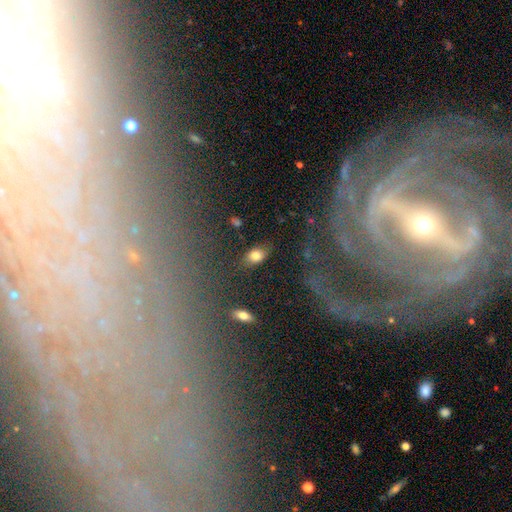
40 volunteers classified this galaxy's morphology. Smooth or featured?
  - smooth: 80% *
  - featured or disk: 15%
  - star or artifact: 5%
How rounded?
  - in between: 94% *
  - round: 3%
  - cigar-shaped: 3%
Merging?
  - none: 74% *
  - minor disturbance: 21%
  - merger: 5%
  - major disturbance: 0%